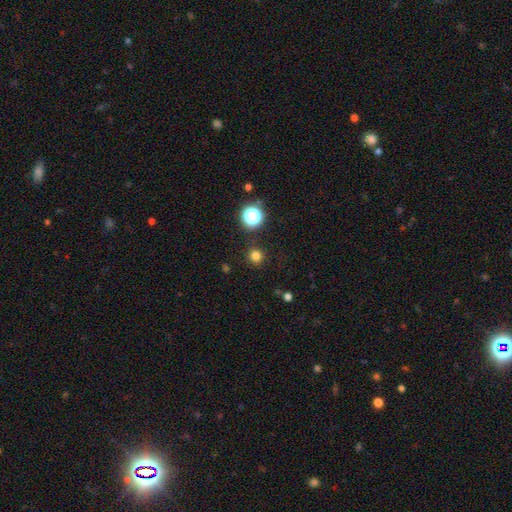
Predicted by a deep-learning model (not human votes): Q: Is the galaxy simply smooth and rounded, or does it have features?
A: smooth — 78%.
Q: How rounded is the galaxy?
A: round — 94%.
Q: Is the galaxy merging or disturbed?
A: none — 89%.